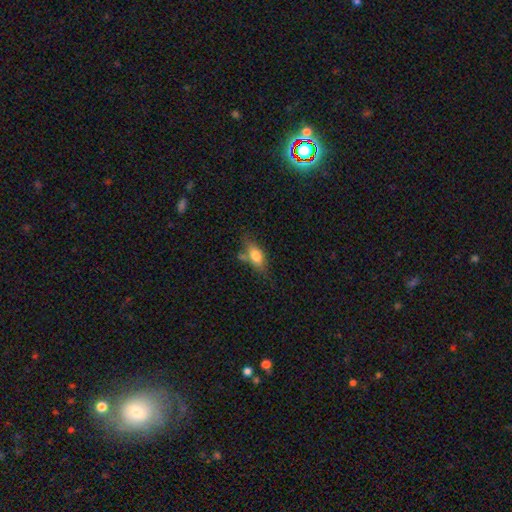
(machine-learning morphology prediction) Smooth or featured? Predicted: smooth (p=0.72). How rounded? Predicted: in between (p=0.79). Merging? Predicted: none (p=0.58).